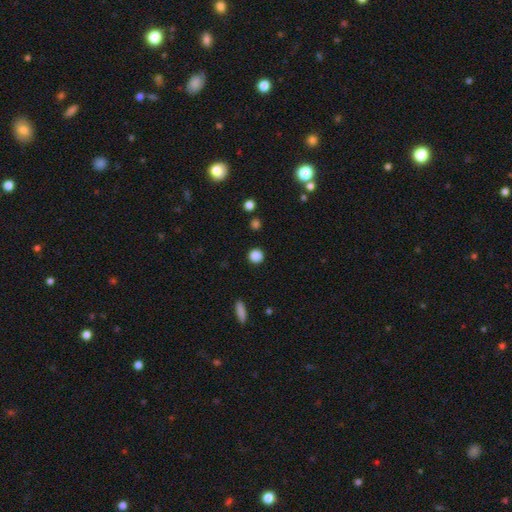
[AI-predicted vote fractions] A smooth galaxy with no disk features (86%) that is round (92%).

Vote fractions:
- Smooth or featured? smooth: 86% / star or artifact: 11% / featured or disk: 3%
- How rounded? round: 92% / in between: 7% / cigar-shaped: 1%
- Merging? none: 90% / minor disturbance: 6% / major disturbance: 2% / merger: 2%